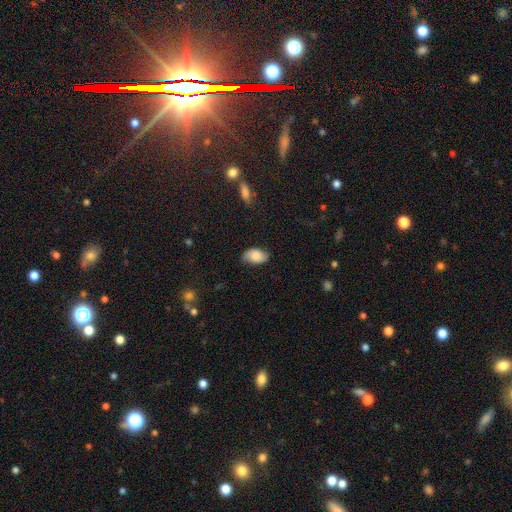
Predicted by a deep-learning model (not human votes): Q: Smooth or featured?
A: smooth (74%); runner-up: featured or disk (18%)
Q: How rounded?
A: in between (91%); runner-up: round (8%)
Q: Merging?
A: none (68%); runner-up: minor disturbance (25%)